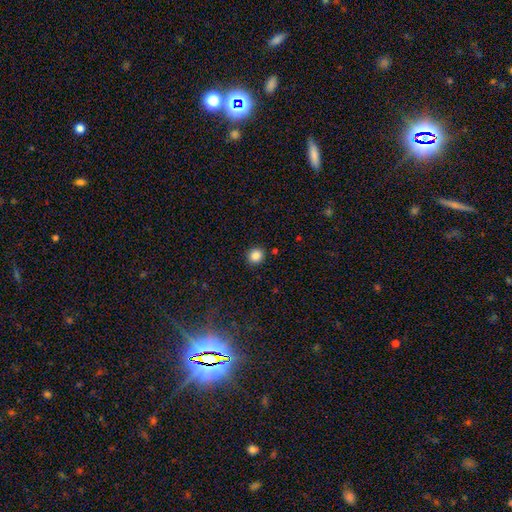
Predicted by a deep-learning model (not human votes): Smooth or featured?
  - smooth: 86% *
  - star or artifact: 11%
  - featured or disk: 3%
How rounded?
  - round: 89% *
  - in between: 10%
  - cigar-shaped: 1%
Merging?
  - none: 90% *
  - minor disturbance: 6%
  - major disturbance: 2%
  - merger: 2%